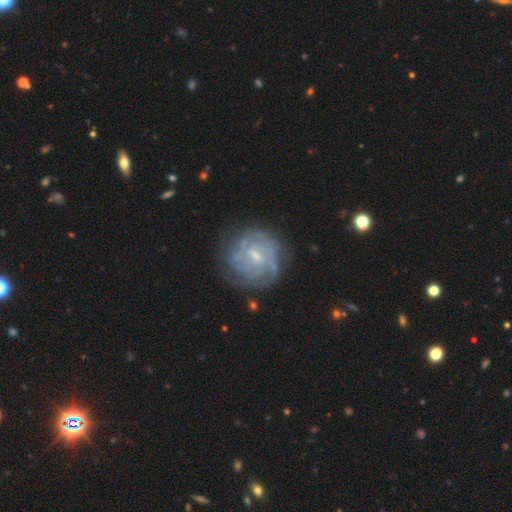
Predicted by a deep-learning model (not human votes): Smooth or featured?
  - featured or disk: 74% *
  - smooth: 18%
  - star or artifact: 8%
Edge-on disk?
  - no: 98% *
  - yes: 2%
Bar?
  - weak: 60% *
  - no: 27%
  - strong: 12%
Spiral arms?
  - yes: 78% *
  - no: 22%
Spiral winding?
  - tight: 62% *
  - medium: 28%
  - loose: 10%
Spiral arm count?
  - can't tell: 57% *
  - 2: 13%
  - 3: 11%
  - 4: 10%
  - more than 4: 5%
  - 1: 5%
Bulge size?
  - small: 56% *
  - moderate: 29%
  - none: 13%
  - large: 2%
  - dominant: 1%
Merging?
  - none: 70% *
  - minor disturbance: 18%
  - major disturbance: 10%
  - merger: 2%